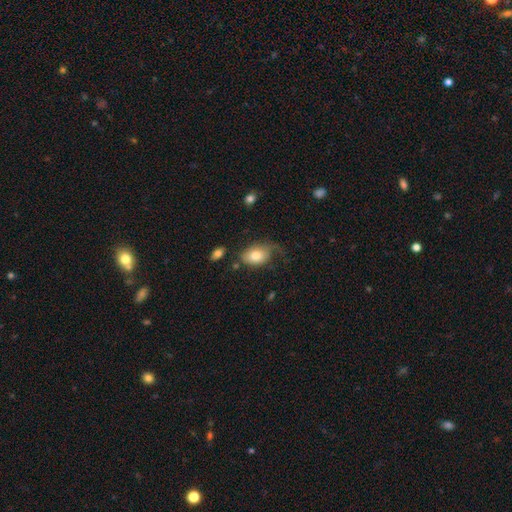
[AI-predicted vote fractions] Smooth or featured? smooth (77%)
How rounded? in between (84%)
Merging? none (41%)